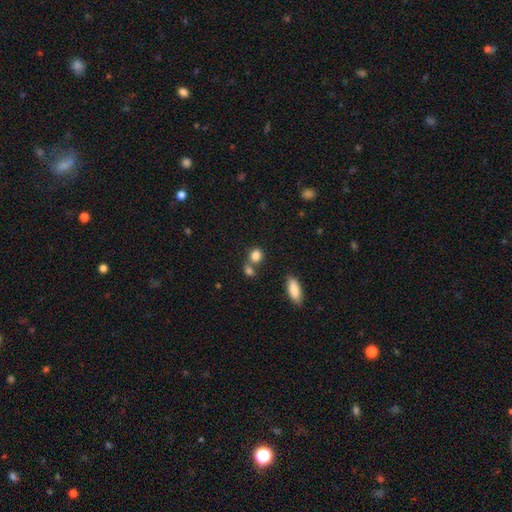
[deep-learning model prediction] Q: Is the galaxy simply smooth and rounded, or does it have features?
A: smooth — 83%.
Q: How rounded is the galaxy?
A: round — 73%.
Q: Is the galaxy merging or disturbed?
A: none — 58%.